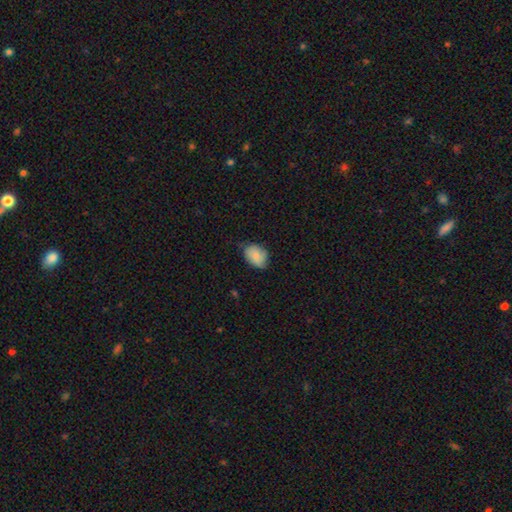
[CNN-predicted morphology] Smooth or featured? smooth (82%)
How rounded? in between (72%)
Merging? none (60%)